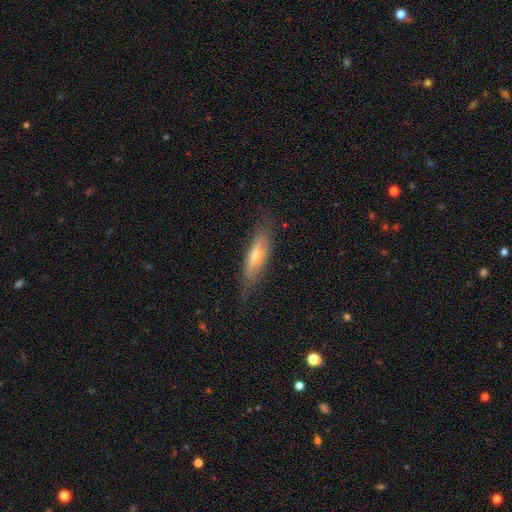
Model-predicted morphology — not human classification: featured or disk 49%, smooth 44%, star or artifact 8%. Down the decision tree: merging — none (72%).